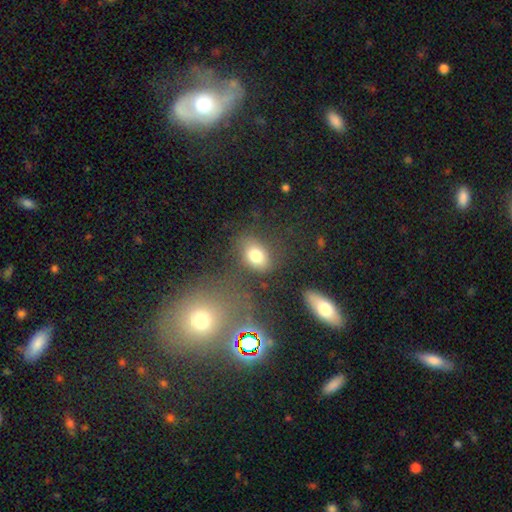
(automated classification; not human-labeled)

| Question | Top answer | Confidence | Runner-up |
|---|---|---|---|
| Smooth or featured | smooth | 77% | featured or disk (11%) |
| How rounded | in between | 73% | round (25%) |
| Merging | none | 73% | minor disturbance (15%) |